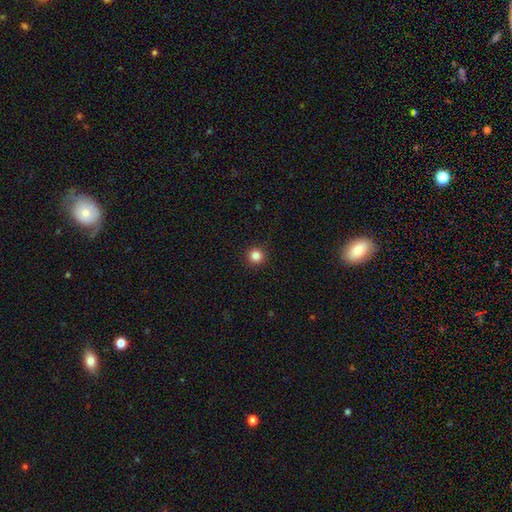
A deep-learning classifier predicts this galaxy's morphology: Smooth or featured: smooth — 84% (star or artifact — 12%)
How rounded: round — 95% (in between — 4%)
Merging: none — 93% (minor disturbance — 4%)